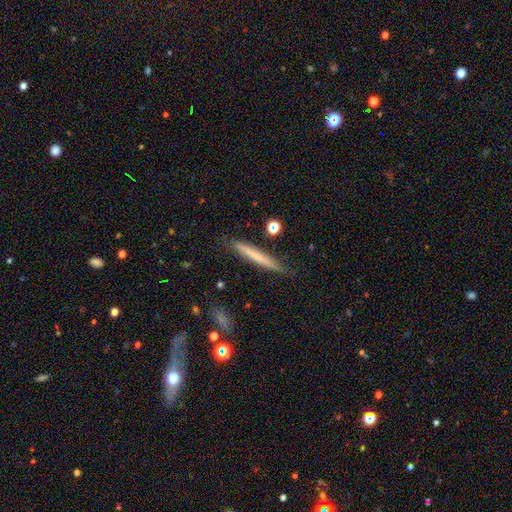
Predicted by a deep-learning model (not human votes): smooth_or_featured: smooth (p=0.61) [alt: featured or disk p=0.32]
how_rounded: cigar-shaped (p=0.96) [alt: in between p=0.03]
merging: none (p=0.86) [alt: minor disturbance p=0.10]